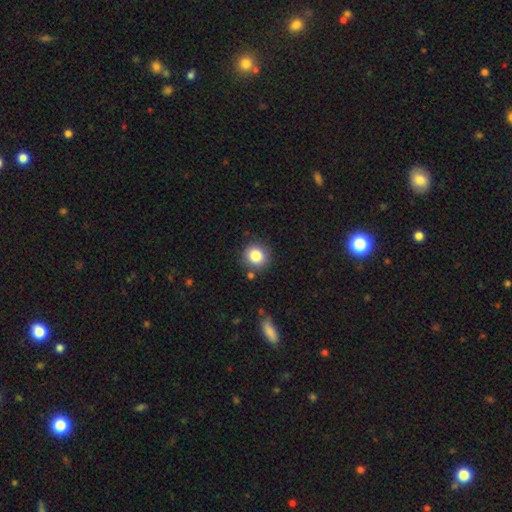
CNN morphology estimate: type=smooth (83%); roundness=round (86%); merging=none (85%).